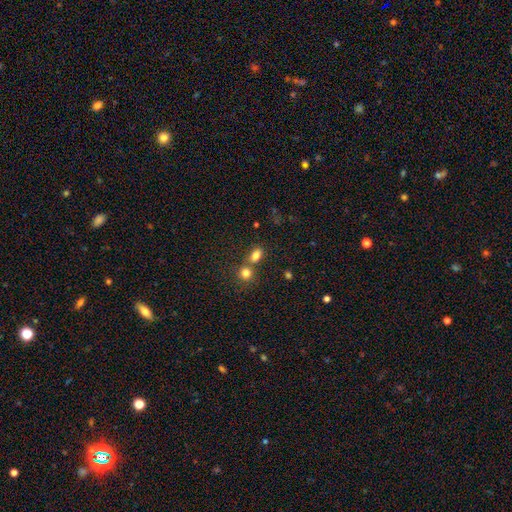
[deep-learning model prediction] This is clearly a smooth galaxy (81%). How rounded: likely in between (76%). Merging: possibly none (51%).